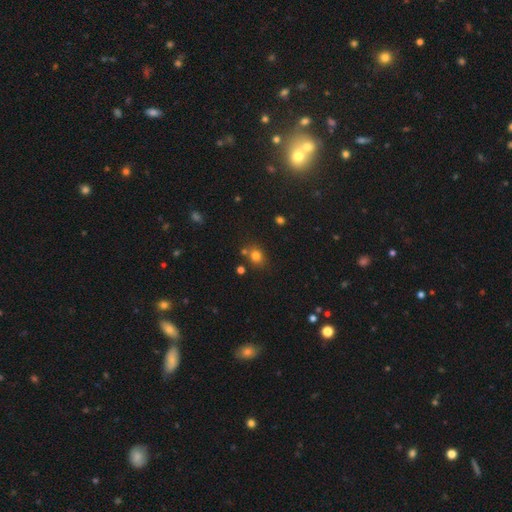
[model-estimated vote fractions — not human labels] The model was most divided on "how rounded": round: 66%, in between: 33%, cigar-shaped: 1%. More confident: smooth or featured — smooth (77%); merging — none (71%).